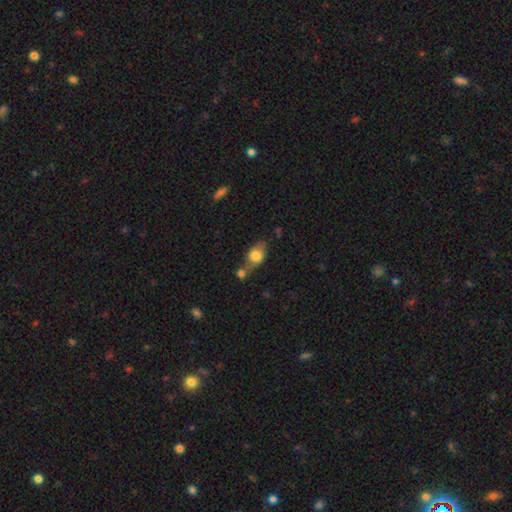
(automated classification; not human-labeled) This is likely a smooth galaxy (74%). How rounded: likely in between (73%). Merging: marginally merger (41%).